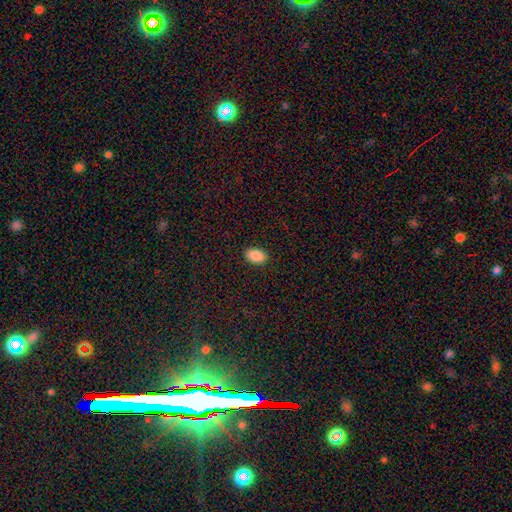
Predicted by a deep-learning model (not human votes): Smooth or featured?
  - smooth: 88% *
  - star or artifact: 8%
  - featured or disk: 4%
How rounded?
  - in between: 90% *
  - round: 9%
  - cigar-shaped: 1%
Merging?
  - none: 90% *
  - minor disturbance: 8%
  - major disturbance: 2%
  - merger: 1%